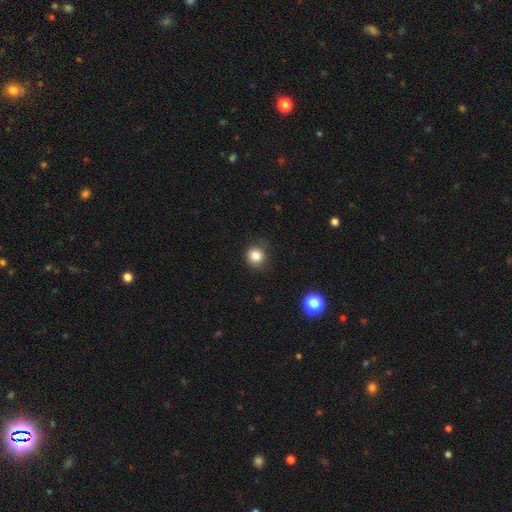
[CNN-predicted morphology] Q: Smooth or featured?
A: smooth (83%); runner-up: star or artifact (12%)
Q: How rounded?
A: round (87%); runner-up: in between (12%)
Q: Merging?
A: none (79%); runner-up: minor disturbance (16%)